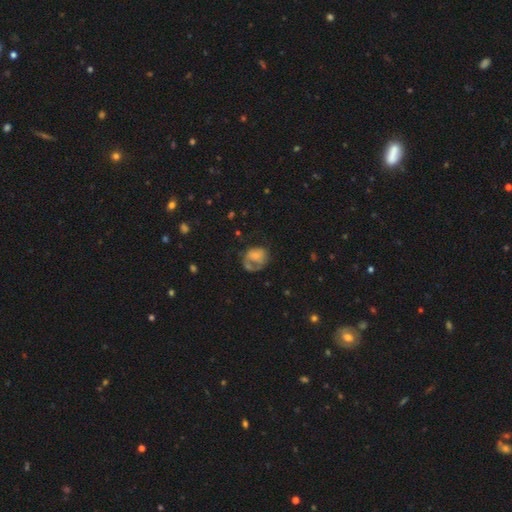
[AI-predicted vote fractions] Smooth or featured? Predicted: smooth (p=0.57). How rounded? Predicted: round (p=0.56). Merging? Predicted: major disturbance (p=0.35).